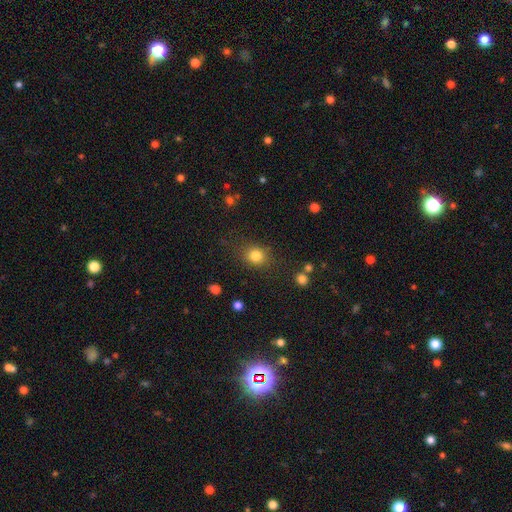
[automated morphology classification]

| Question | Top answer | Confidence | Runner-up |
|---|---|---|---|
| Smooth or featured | smooth | 82% | star or artifact (12%) |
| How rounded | round | 74% | in between (25%) |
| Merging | none | 82% | minor disturbance (11%) |